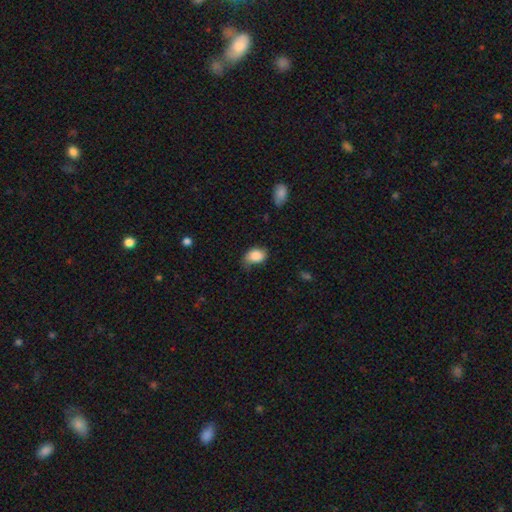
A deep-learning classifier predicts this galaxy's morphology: Smooth or featured? Predicted: smooth (p=0.86). How rounded? Predicted: in between (p=0.79). Merging? Predicted: none (p=0.53).